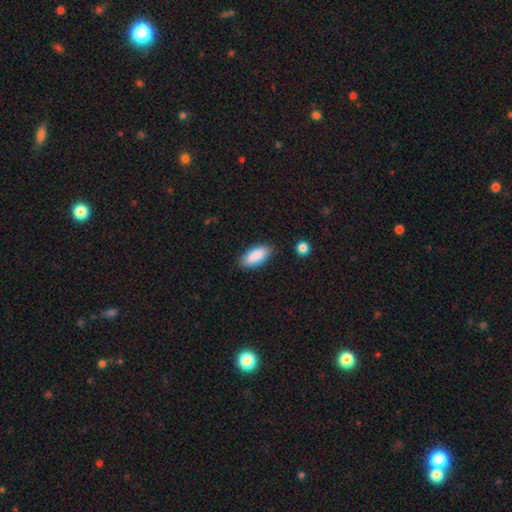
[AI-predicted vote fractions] A smooth galaxy with no disk features (89%) that is in between round and cigar-shaped (87%). Merging: none (84%).